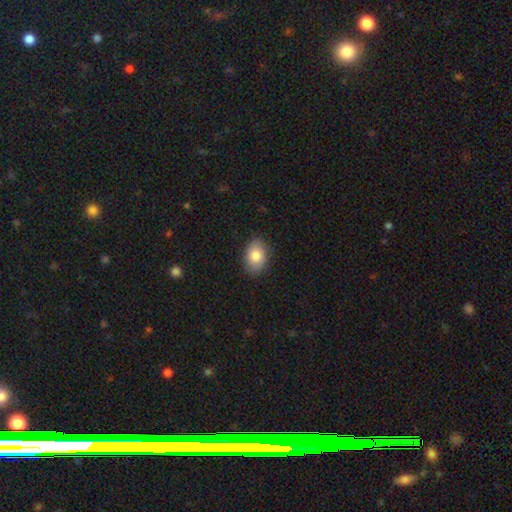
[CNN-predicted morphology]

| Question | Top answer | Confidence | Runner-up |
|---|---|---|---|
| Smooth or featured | smooth | 81% | featured or disk (11%) |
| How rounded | in between | 82% | round (16%) |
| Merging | none | 86% | minor disturbance (11%) |